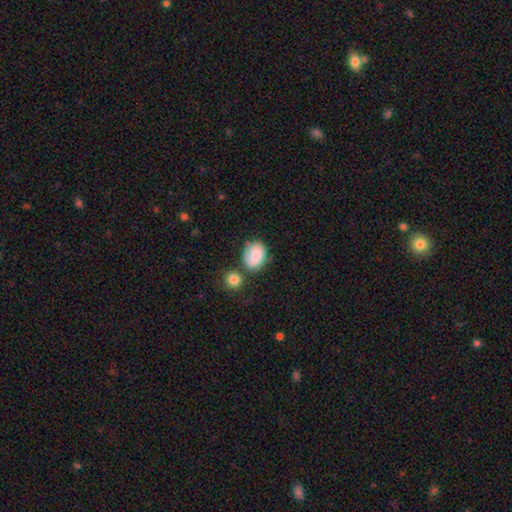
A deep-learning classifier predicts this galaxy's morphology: smooth-or-featured: smooth: 75% | featured or disk: 16% | star or artifact: 8%
  how-rounded: in between: 60% | round: 39% | cigar-shaped: 1%
  merging: none: 55% | minor disturbance: 25% | merger: 13% | major disturbance: 8%